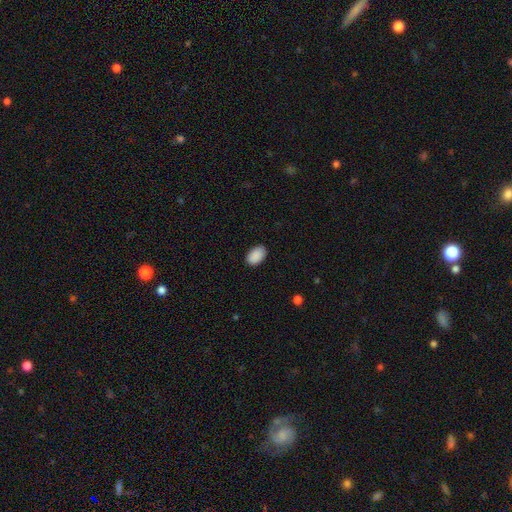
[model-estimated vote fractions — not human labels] Overall: smooth (91%). How rounded: in between (91%). Merging: none (89%).